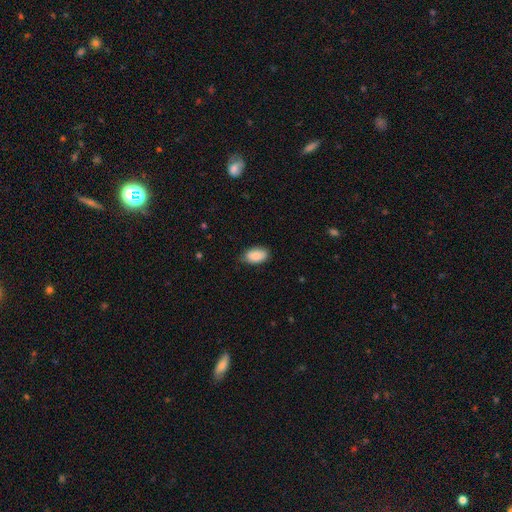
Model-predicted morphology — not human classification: Smooth or featured? smooth (88%)
How rounded? in between (94%)
Merging? none (76%)